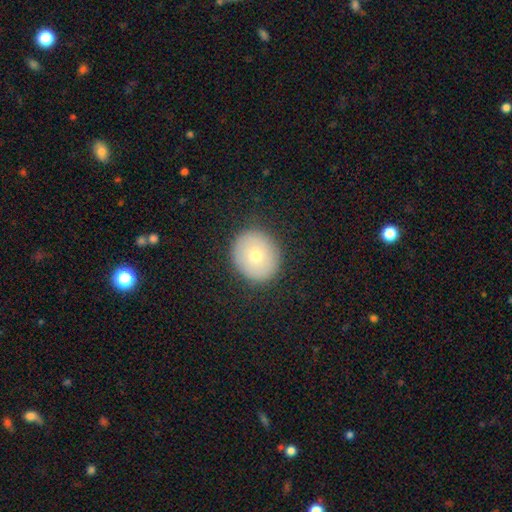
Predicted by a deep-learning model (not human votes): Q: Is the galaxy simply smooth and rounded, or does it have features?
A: smooth — 69%.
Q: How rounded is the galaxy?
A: round — 77%.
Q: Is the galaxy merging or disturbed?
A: none — 89%.